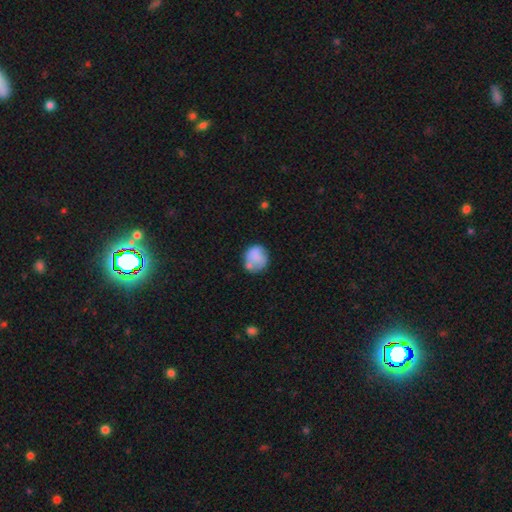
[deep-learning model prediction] This appears to be a smooth galaxy with no disk features (73%) that is round (80%). Merging: none (53%).